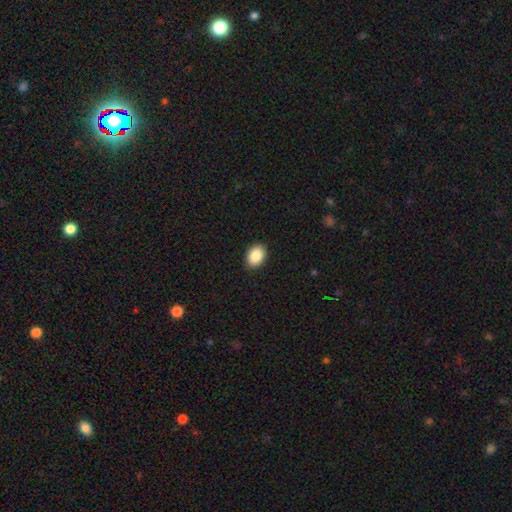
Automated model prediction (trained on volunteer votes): The model was most divided on "how rounded": in between: 77%, round: 22%, cigar-shaped: 1%. More confident: merging — none (91%); smooth or featured — smooth (88%).